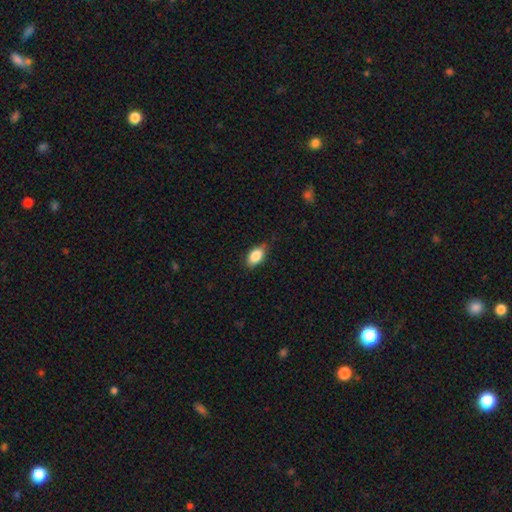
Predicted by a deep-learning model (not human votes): A smooth galaxy with no disk features (85%) that is in between round and cigar-shaped (89%).

Vote fractions:
- Smooth or featured? smooth: 85% / star or artifact: 7% / featured or disk: 7%
- How rounded? in between: 89% / round: 8% / cigar-shaped: 3%
- Merging? none: 74% / minor disturbance: 21% / major disturbance: 3% / merger: 1%